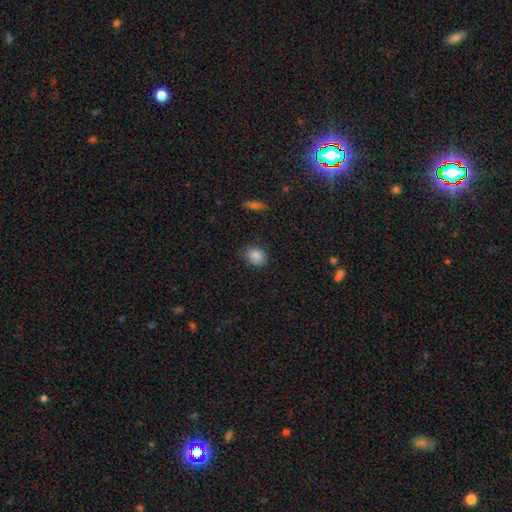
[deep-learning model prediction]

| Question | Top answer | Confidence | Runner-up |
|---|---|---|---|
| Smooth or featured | smooth | 86% | star or artifact (9%) |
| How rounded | round | 54% | in between (45%) |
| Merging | none | 76% | minor disturbance (19%) |